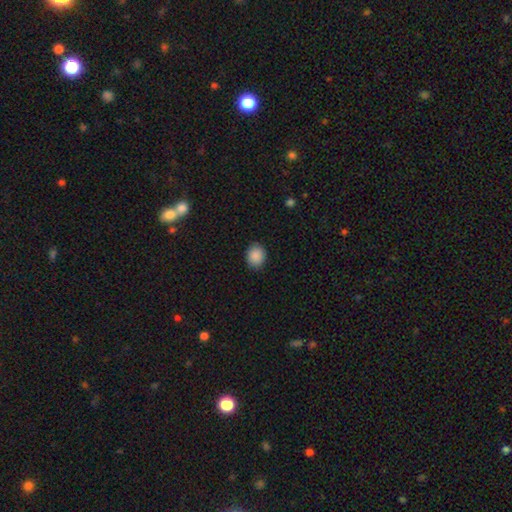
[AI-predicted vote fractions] Smooth or featured: smooth — 89% (star or artifact — 8%)
How rounded: round — 63% (in between — 36%)
Merging: none — 89% (minor disturbance — 8%)